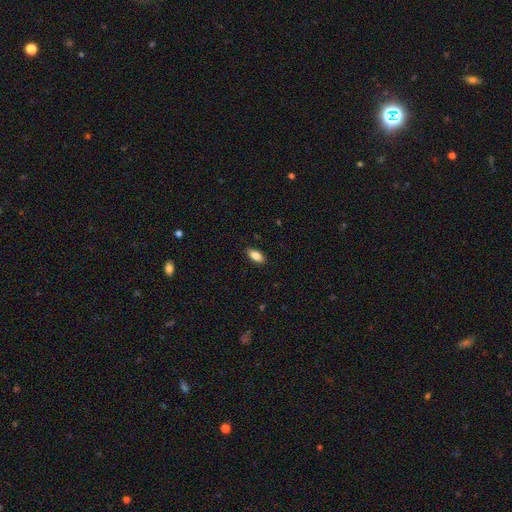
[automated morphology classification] Overall: smooth (83%). How rounded: in between (88%). Merging: none (88%).